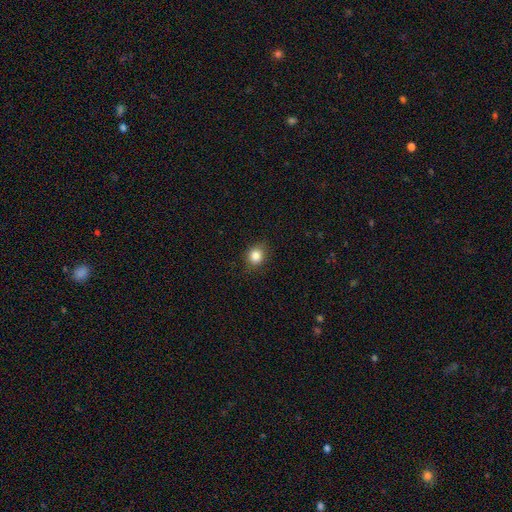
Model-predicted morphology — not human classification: This is clearly a smooth galaxy (84%). How rounded: likely round (75%). Merging: clearly none (85%).